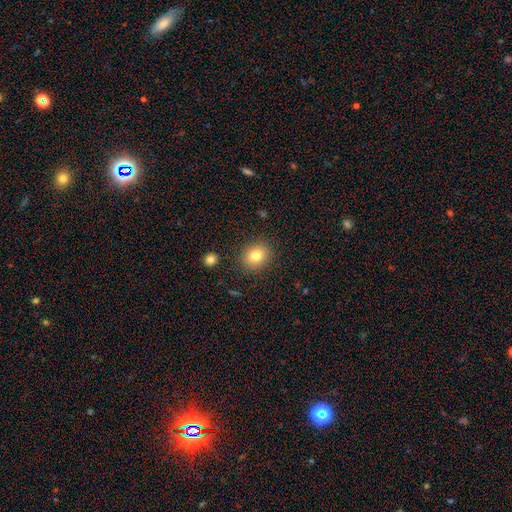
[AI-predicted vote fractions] This appears to be a smooth galaxy with no disk features (79%) that is round (69%). Merging: none (88%).